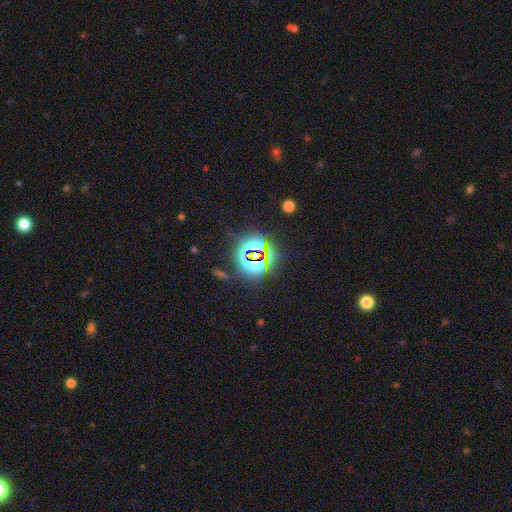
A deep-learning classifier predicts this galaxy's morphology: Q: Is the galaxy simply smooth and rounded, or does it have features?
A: star or artifact — 76%.